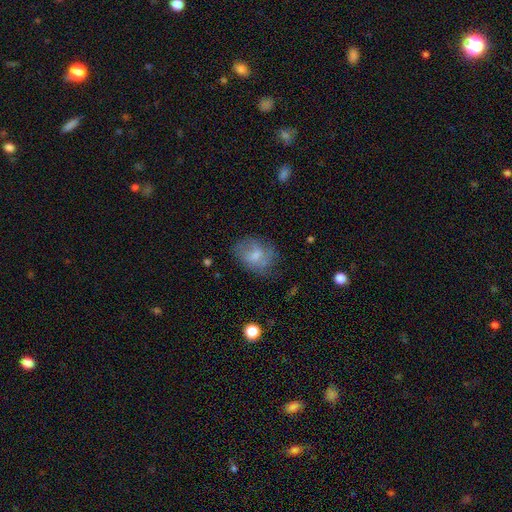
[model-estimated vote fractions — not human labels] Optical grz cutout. It shows a smooth galaxy with no disk features (60%) that is in between round and cigar-shaped (62%). Merging: none (57%).